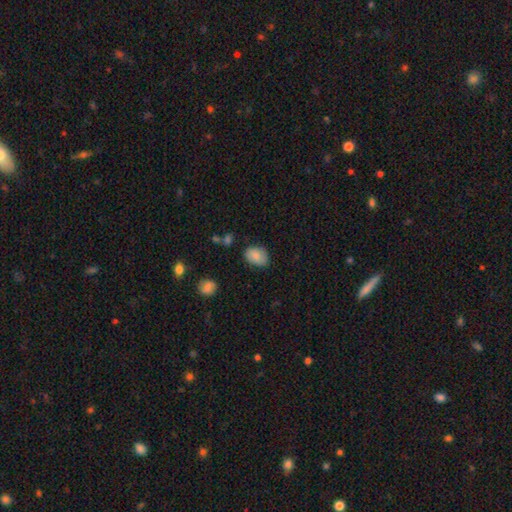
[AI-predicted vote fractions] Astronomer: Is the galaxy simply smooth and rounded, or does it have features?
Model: smooth — 83%.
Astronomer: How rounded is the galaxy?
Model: in between — 74%.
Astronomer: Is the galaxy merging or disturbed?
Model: none — 74%.